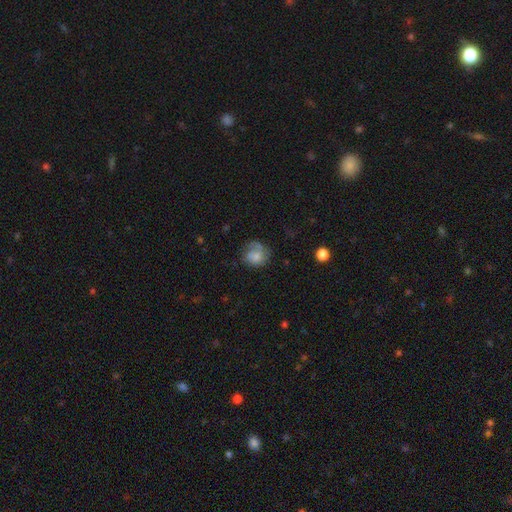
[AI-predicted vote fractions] Morphology: type=smooth (54%); roundness=round (69%); merging=none (47%).